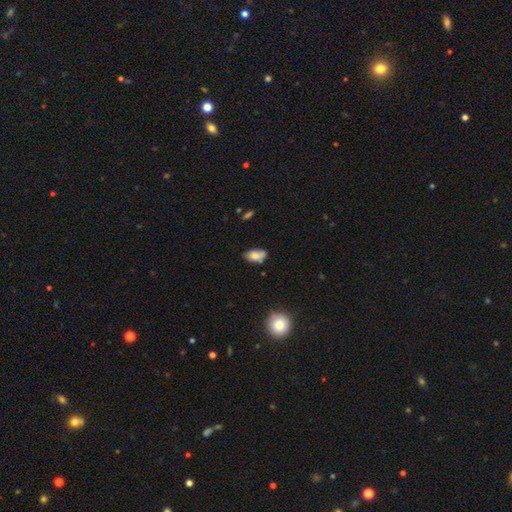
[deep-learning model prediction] smooth_or_featured: smooth (p=0.77) [alt: featured or disk p=0.14]
how_rounded: in between (p=0.91) [alt: round p=0.05]
merging: none (p=0.55) [alt: minor disturbance p=0.30]